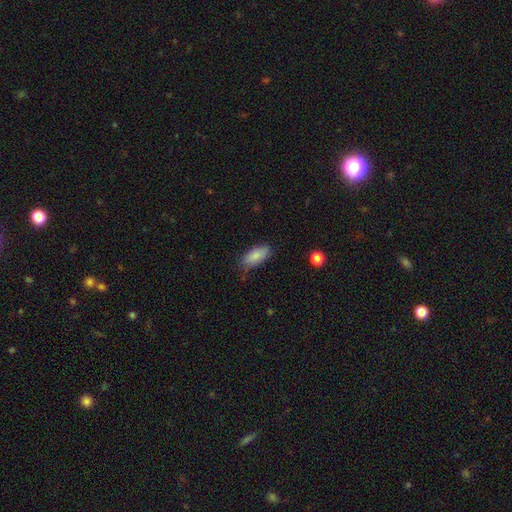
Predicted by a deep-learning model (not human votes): Smooth or featured?
  - smooth: 86% *
  - featured or disk: 7%
  - star or artifact: 7%
How rounded?
  - in between: 86% *
  - cigar-shaped: 12%
  - round: 2%
Merging?
  - none: 76% *
  - minor disturbance: 19%
  - major disturbance: 4%
  - merger: 2%